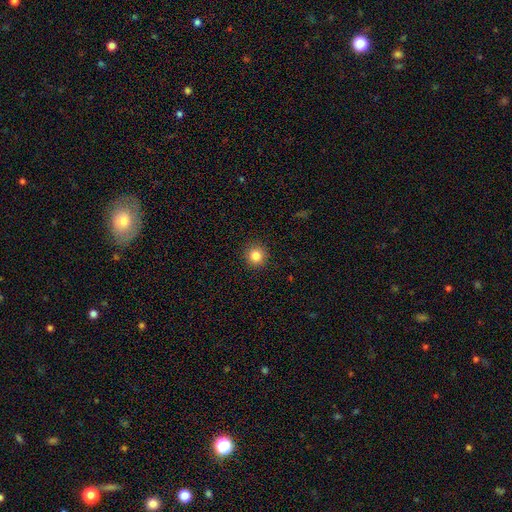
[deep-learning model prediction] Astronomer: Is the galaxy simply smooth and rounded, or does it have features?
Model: smooth — 84%.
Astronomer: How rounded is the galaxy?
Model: round — 94%.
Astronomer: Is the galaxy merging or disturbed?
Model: none — 92%.